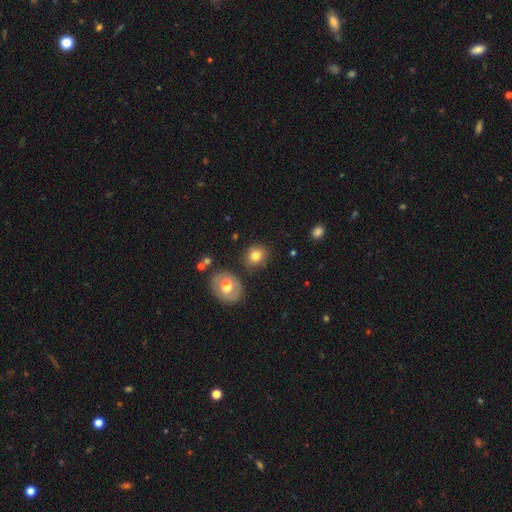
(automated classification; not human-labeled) smooth_or_featured: smooth (p=0.77) [alt: featured or disk p=0.12]
how_rounded: round (p=0.77) [alt: in between p=0.22]
merging: none (p=0.81) [alt: minor disturbance p=0.11]